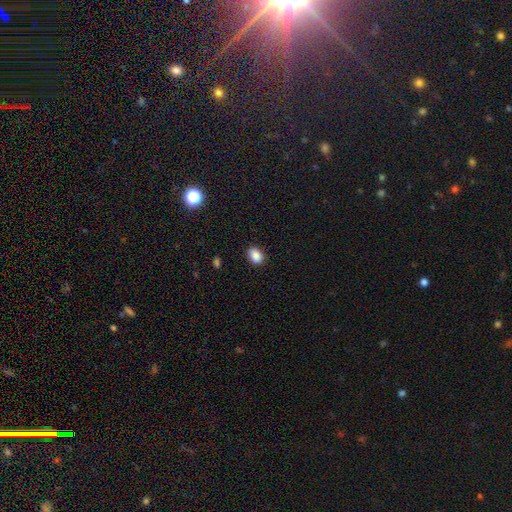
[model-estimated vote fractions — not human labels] This appears to be a smooth galaxy with no disk features (88%) that is in between round and cigar-shaped (71%). Merging: none (88%).